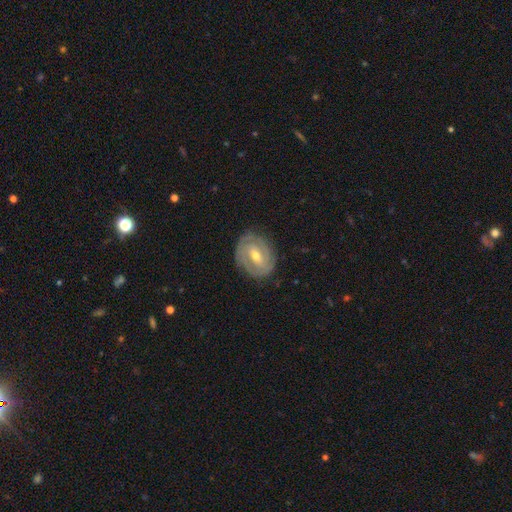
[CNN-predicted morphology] featured or disk 81%, smooth 14%, star or artifact 5%. Down the decision tree: edge-on disk — no (96%); bar — weak (49%); spiral arms — yes (88%); spiral arm count — 2 (59%); spiral winding — tight (71%); bulge size — moderate (57%); merging — none (81%).